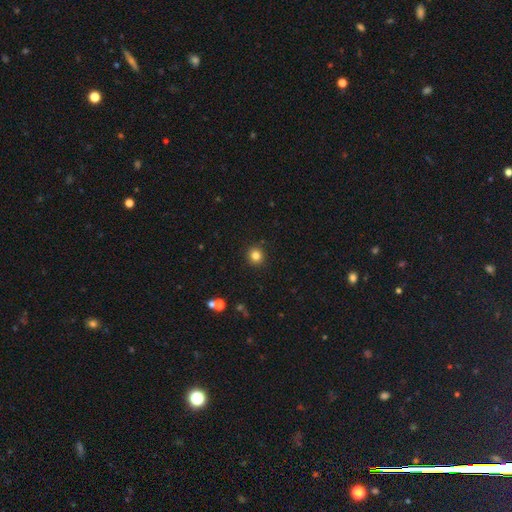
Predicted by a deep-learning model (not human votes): smooth-or-featured: smooth: 82% | star or artifact: 13% | featured or disk: 5%
  how-rounded: round: 91% | in between: 8% | cigar-shaped: 1%
  merging: none: 91% | minor disturbance: 6% | major disturbance: 2% | merger: 1%